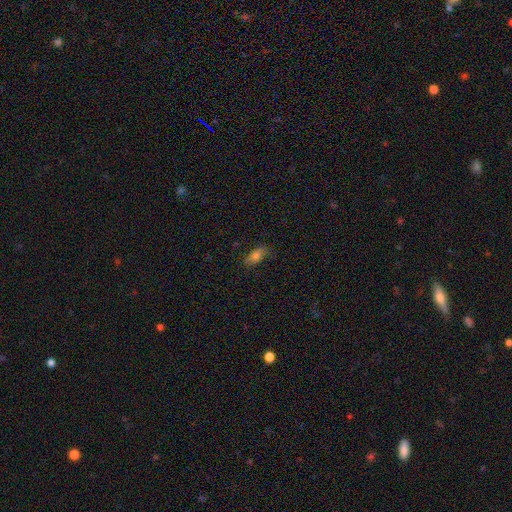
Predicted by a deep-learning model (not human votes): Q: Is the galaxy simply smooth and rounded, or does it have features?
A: smooth — 75%.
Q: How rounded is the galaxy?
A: in between — 80%.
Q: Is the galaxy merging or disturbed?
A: none — 77%.